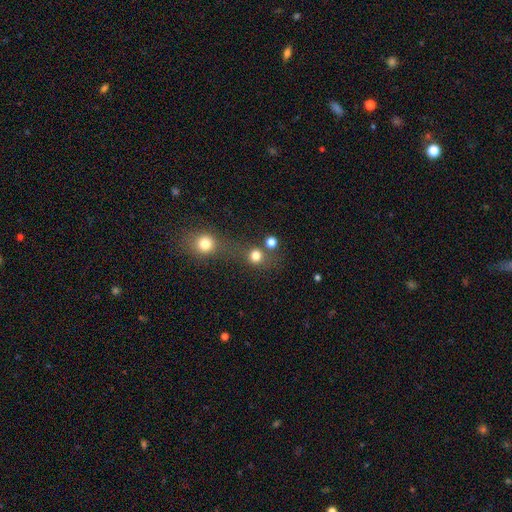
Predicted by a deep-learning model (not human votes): smooth_or_featured: smooth (p=0.77) [alt: star or artifact p=0.15]
how_rounded: round (p=0.88) [alt: in between p=0.11]
merging: none (p=0.54) [alt: merger p=0.33]